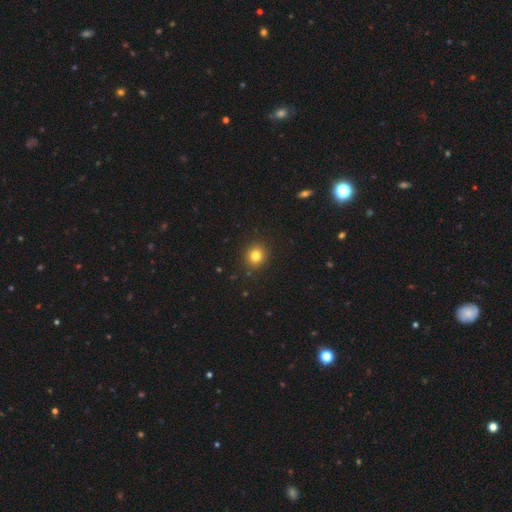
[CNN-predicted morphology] This is clearly a smooth galaxy (81%). How rounded: clearly round (84%). Merging: clearly none (91%).